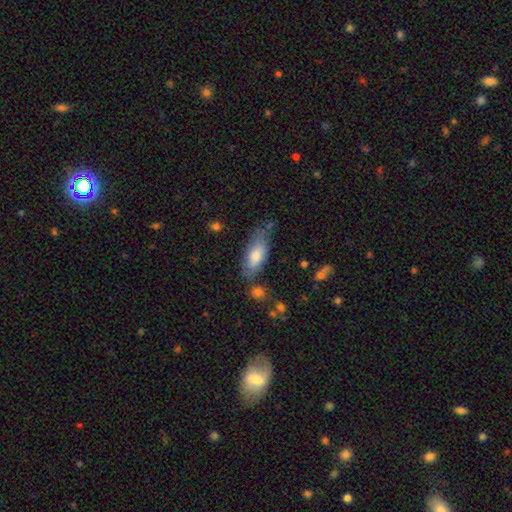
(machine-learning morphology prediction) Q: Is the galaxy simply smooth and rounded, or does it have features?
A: smooth — 69%.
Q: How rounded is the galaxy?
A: in between — 77%.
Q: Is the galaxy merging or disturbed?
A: none — 53%.